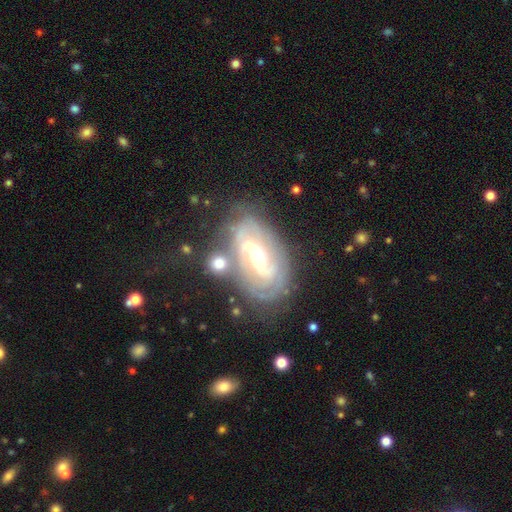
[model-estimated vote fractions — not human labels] A featured or disk galaxy (82%) with a weak bar (42%), tight (66%) spiral arms (88%) and a moderate central bulge (64%). Merging: none (62%).